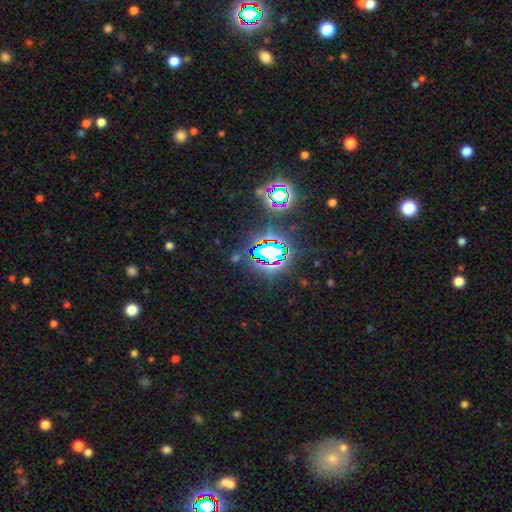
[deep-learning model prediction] This is clearly a star or artifact rather than a galaxy (82%).